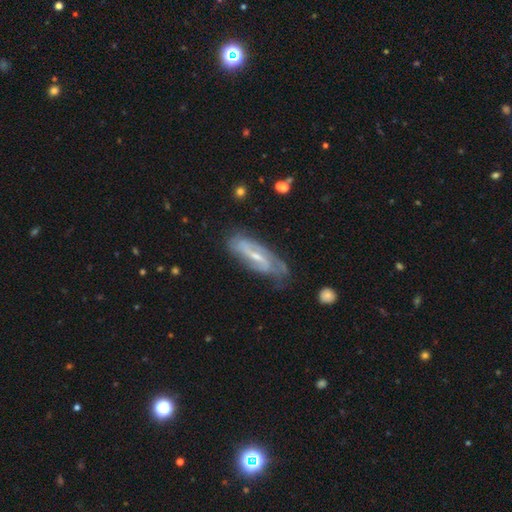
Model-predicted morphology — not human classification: featured or disk 81%, smooth 13%, star or artifact 6%. Down the decision tree: edge-on disk — no (86%); bar — weak (41%); spiral arms — yes (92%); spiral arm count — 2 (72%); spiral winding — medium (43%); bulge size — small (61%); merging — none (66%).